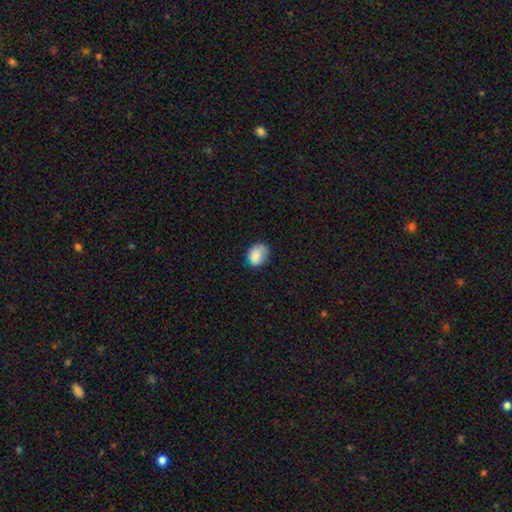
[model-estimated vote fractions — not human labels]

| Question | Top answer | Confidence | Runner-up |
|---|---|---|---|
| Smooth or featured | smooth | 84% | star or artifact (8%) |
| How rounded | in between | 56% | round (43%) |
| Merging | none | 64% | minor disturbance (28%) |